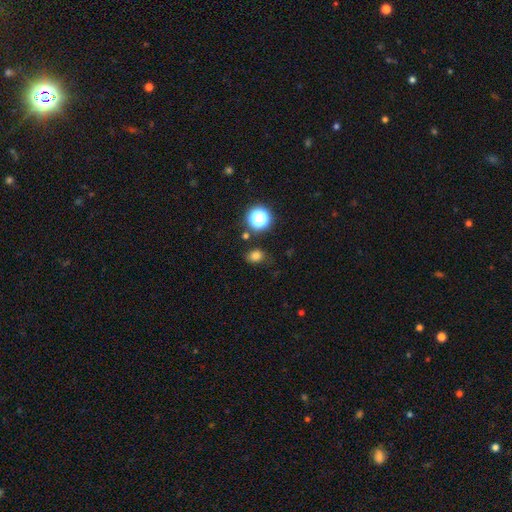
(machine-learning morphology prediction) This appears to be a smooth galaxy with no disk features (75%) that is round (52%). Merging: none (77%).